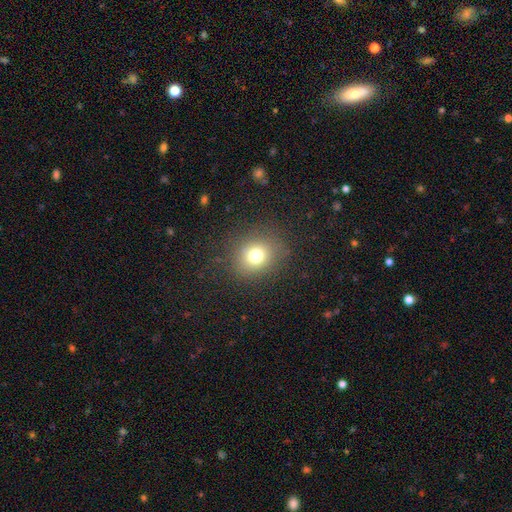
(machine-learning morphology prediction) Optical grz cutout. It shows a smooth galaxy with no disk features (74%) that is round (72%). Merging: none (85%).